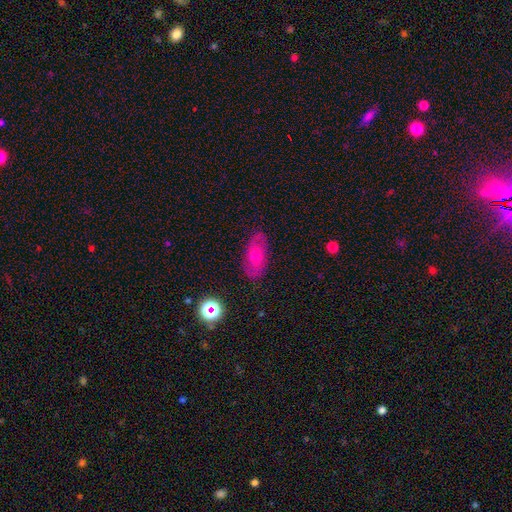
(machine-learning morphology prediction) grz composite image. It shows a featured or disk galaxy (44%). Merging: none (82%).